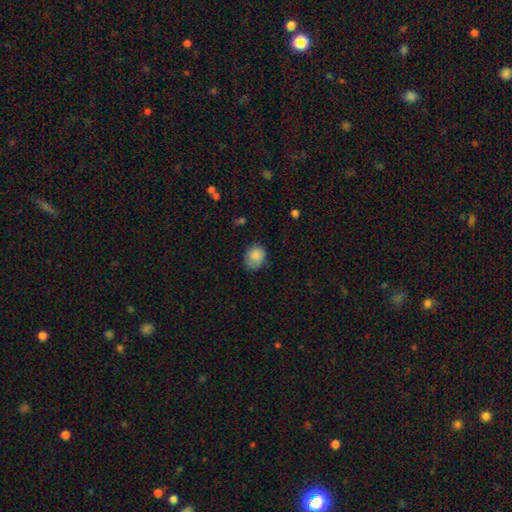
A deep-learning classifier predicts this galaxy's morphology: smooth_or_featured: smooth (p=0.86) [alt: star or artifact p=0.08]
how_rounded: in between (p=0.50) [tied with: round p=0.50]
merging: none (p=0.70) [alt: minor disturbance p=0.24]